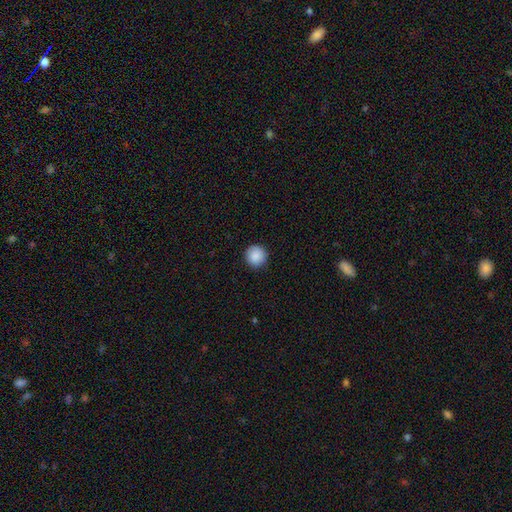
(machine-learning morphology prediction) type=smooth (89%); roundness=round (95%); merging=none (92%).